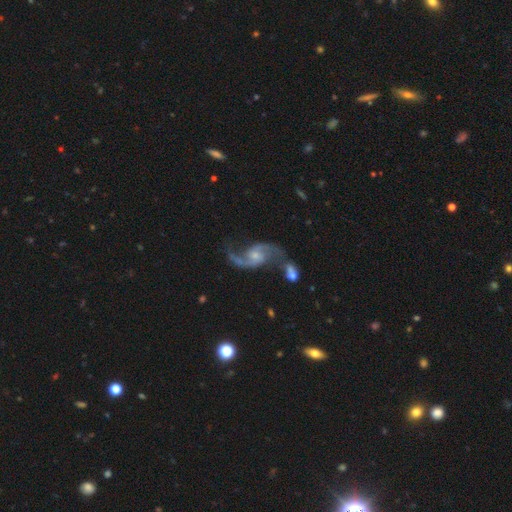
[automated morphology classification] This is clearly a featured or disk galaxy (90%). It is clearly not viewed edge-on (98%). Bar: possibly no (53%). Spiral arm pattern: clearly yes (97%). Spiral arm count: clearly 2 (92%). Spiral winding: likely loose (72%). Central bulge: possibly small (57%). Merging: marginally none (44%).